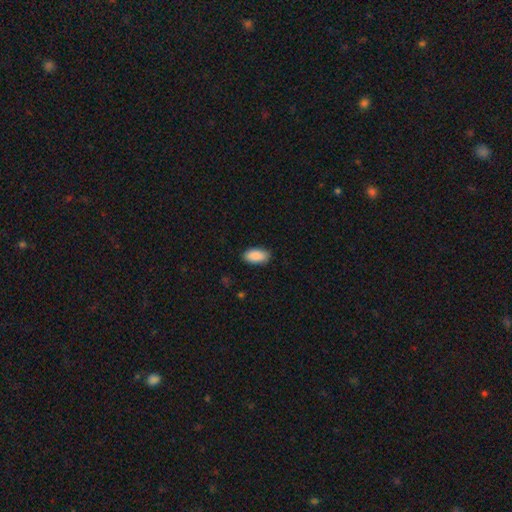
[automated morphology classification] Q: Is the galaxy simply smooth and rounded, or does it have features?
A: smooth — 90%.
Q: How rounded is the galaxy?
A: in between — 94%.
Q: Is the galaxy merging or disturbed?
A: none — 87%.